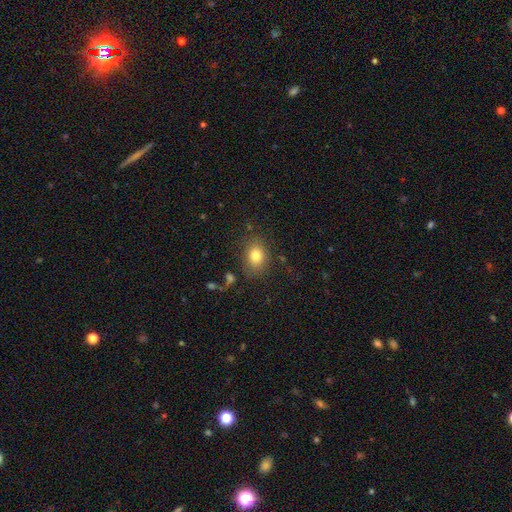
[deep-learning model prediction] This is likely a smooth galaxy (79%). How rounded: likely in between (61%). Merging: likely none (80%).